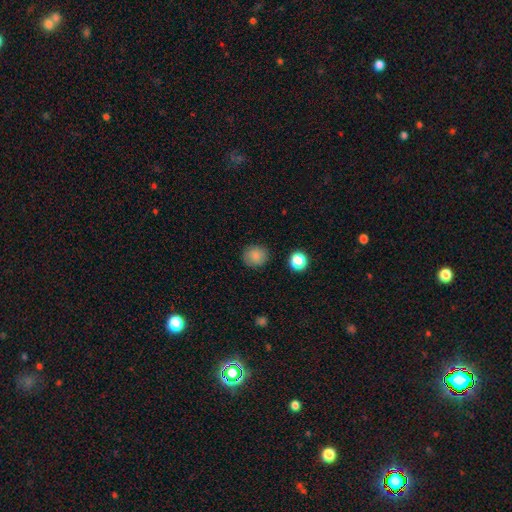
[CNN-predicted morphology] type=smooth (85%); roundness=round (86%); merging=none (88%).